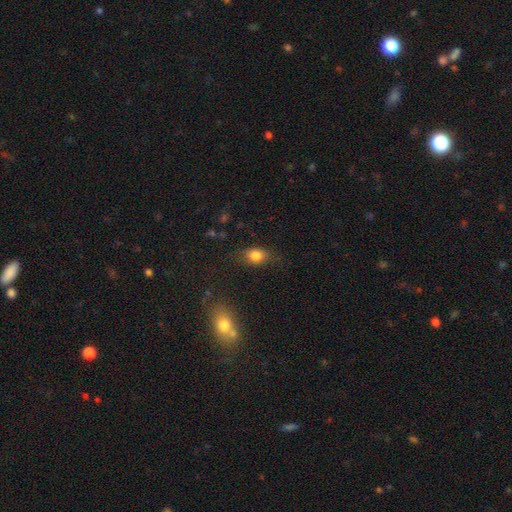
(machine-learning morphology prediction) type=smooth (81%); roundness=in between (68%); merging=none (73%).